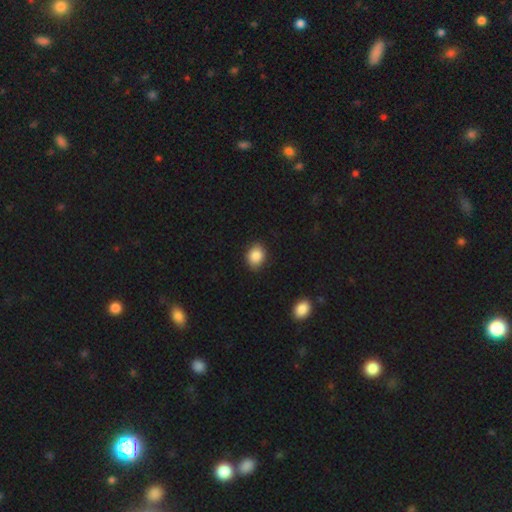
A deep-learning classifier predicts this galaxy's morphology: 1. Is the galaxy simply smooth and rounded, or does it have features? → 87% smooth, 8% star or artifact, 4% featured or disk.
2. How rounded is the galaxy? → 58% in between, 41% round, 1% cigar-shaped.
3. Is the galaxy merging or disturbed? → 83% none, 13% minor disturbance, 2% major disturbance, 1% merger.